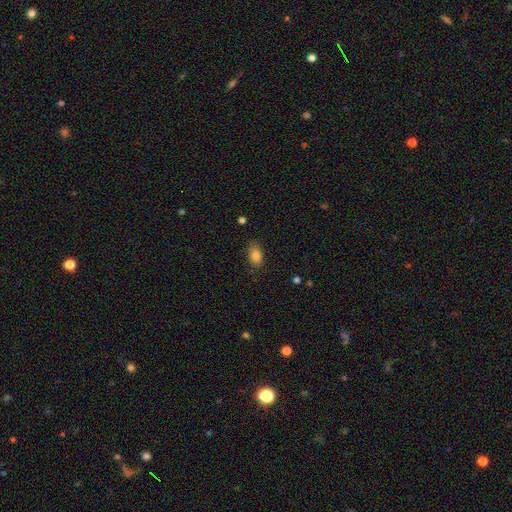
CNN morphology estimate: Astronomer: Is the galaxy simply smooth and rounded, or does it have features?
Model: smooth — 85%.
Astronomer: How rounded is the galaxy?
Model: in between — 86%.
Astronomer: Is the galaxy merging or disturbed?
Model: none — 80%.